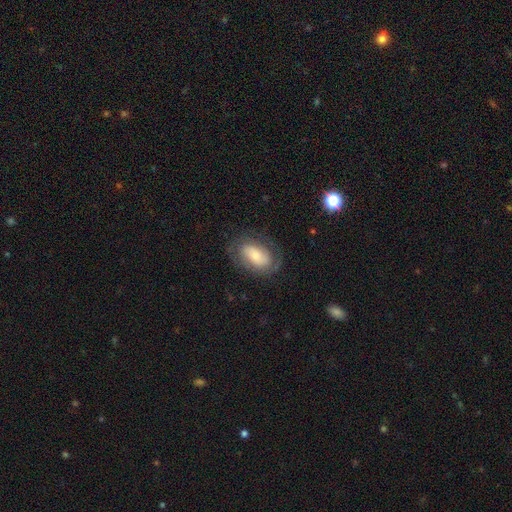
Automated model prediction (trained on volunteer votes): A featured or disk galaxy (46%, tied with smooth). Merging: none (71%).